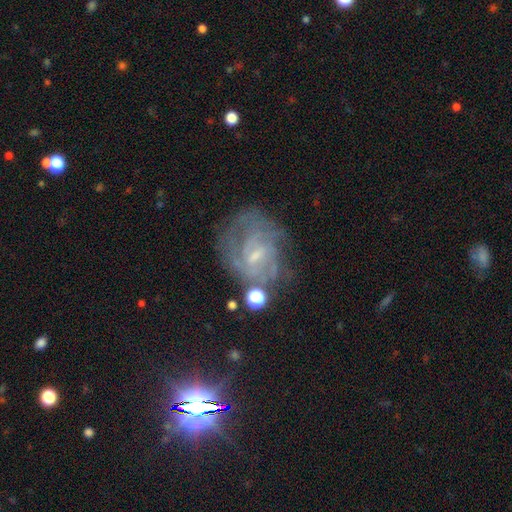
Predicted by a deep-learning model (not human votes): A featured or disk galaxy (77%) with a weak bar (57%), tight (54%) spiral arms (87%) and a small central bulge (59%). Merging: none (59%).